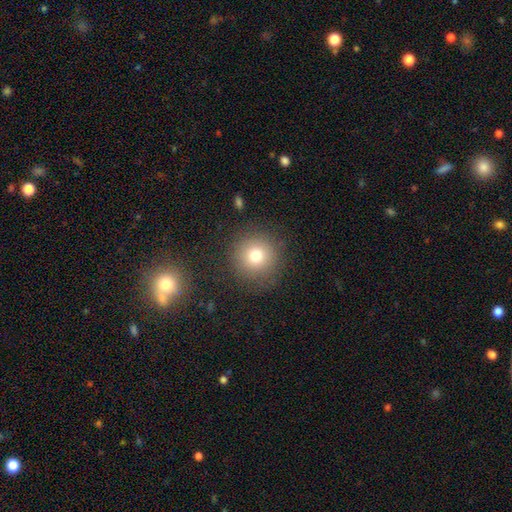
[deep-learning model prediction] Overall: smooth (76%). How rounded: round (95%). Merging: none (87%).